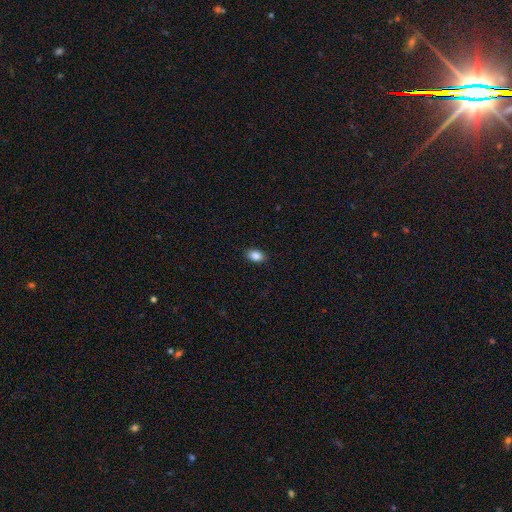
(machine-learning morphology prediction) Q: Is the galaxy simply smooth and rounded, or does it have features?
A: smooth — 87%.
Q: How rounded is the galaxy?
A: in between — 86%.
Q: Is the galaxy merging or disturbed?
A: none — 89%.